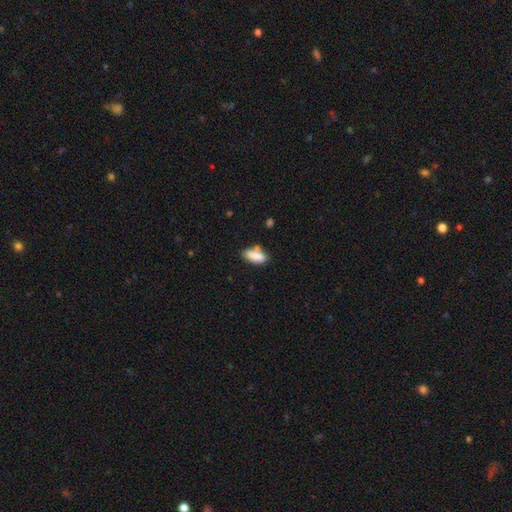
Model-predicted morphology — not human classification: Smooth or featured? smooth (84%)
How rounded? in between (84%)
Merging? none (62%)